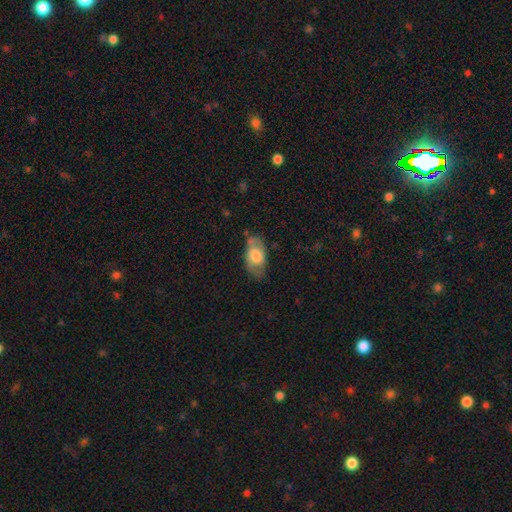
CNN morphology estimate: A smooth galaxy with no disk features (58%) that is in between round and cigar-shaped (92%).

Vote fractions:
- Smooth or featured? smooth: 58% / featured or disk: 36% / star or artifact: 6%
- How rounded? in between: 92% / round: 4% / cigar-shaped: 3%
- Merging? none: 71% / minor disturbance: 22% / major disturbance: 6% / merger: 2%